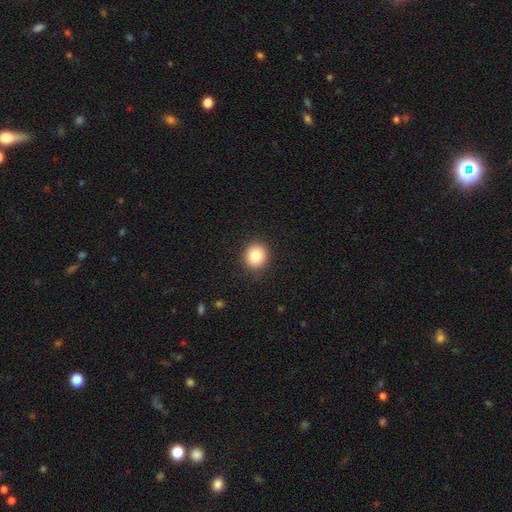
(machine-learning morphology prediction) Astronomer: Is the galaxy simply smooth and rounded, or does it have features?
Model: smooth — 83%.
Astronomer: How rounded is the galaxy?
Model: round — 86%.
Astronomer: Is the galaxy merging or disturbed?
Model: none — 90%.